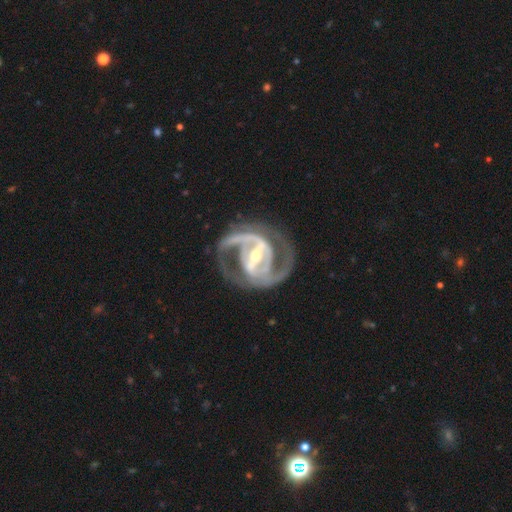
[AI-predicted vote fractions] Smooth or featured? featured or disk (92%)
Edge-on disk? no (96%)
Bar? strong (78%)
Spiral arms? yes (93%)
Spiral winding? medium (51%)
Spiral arm count? 2 (86%)
Bulge size? moderate (50%)
Merging? none (71%)